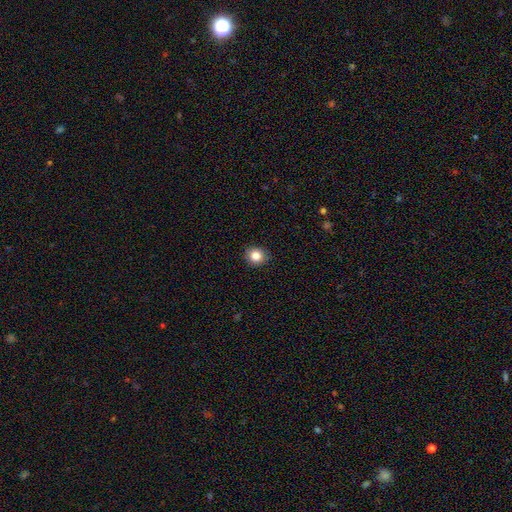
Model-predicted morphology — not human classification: This appears to be a smooth galaxy with no disk features (84%) that is round (83%). Merging: none (90%).